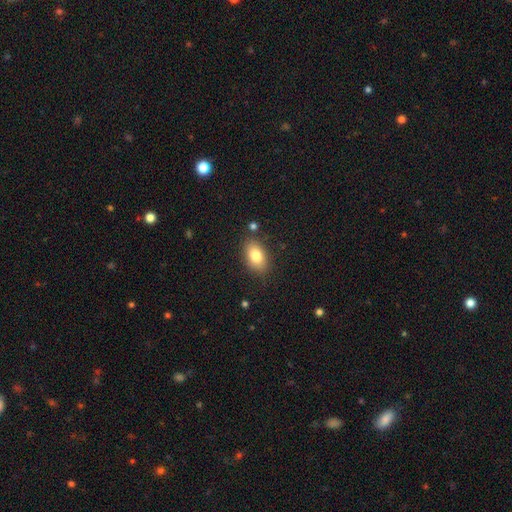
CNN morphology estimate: Smooth or featured? smooth (82%)
How rounded? in between (88%)
Merging? none (82%)